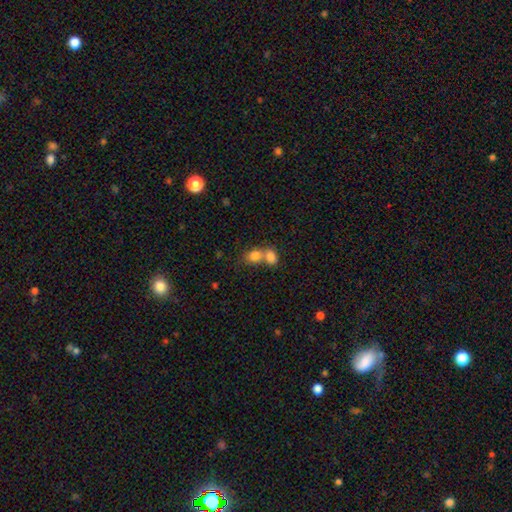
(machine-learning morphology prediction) This is clearly a smooth galaxy (81%). How rounded: possibly in between (59%). Merging: likely merger (65%).